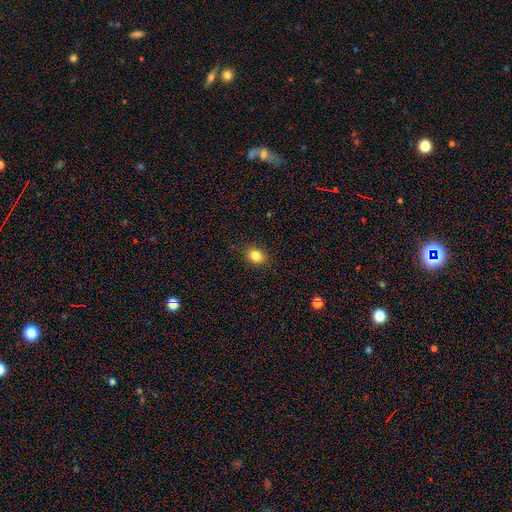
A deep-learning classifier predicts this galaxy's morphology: This appears to be a smooth galaxy with no disk features (84%) that is round (52%). Merging: none (89%).